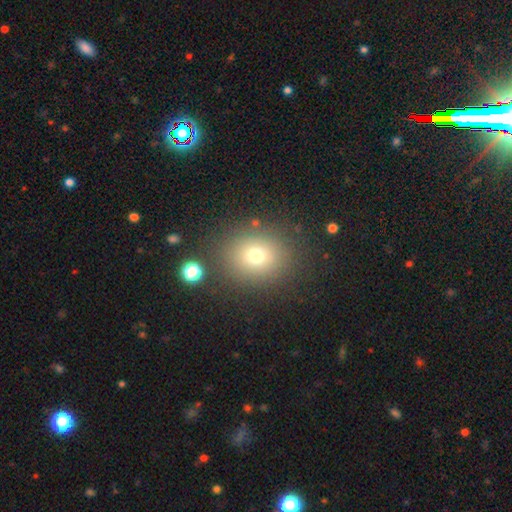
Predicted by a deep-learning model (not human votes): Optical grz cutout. It shows a smooth galaxy with no disk features (72%) that is round (77%). Merging: none (83%).